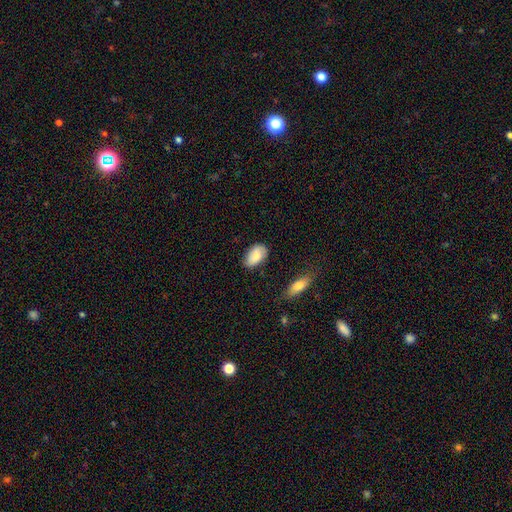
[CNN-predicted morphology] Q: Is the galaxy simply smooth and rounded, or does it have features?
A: smooth — 82%.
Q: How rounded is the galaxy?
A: in between — 93%.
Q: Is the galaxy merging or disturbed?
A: none — 77%.